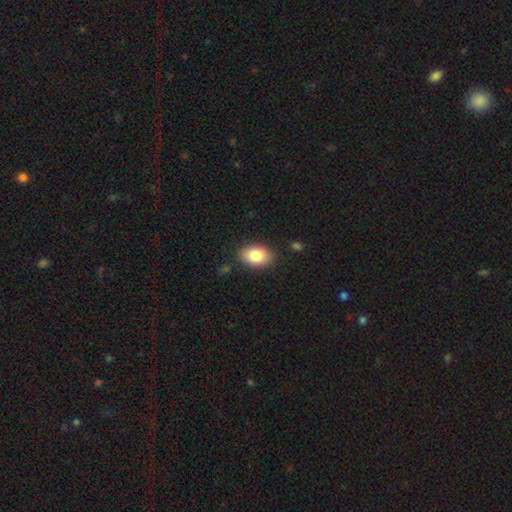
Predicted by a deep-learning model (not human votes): smooth 84%, featured or disk 9%, star or artifact 7%. Down the decision tree: how rounded — in between (86%); merging — none (85%).